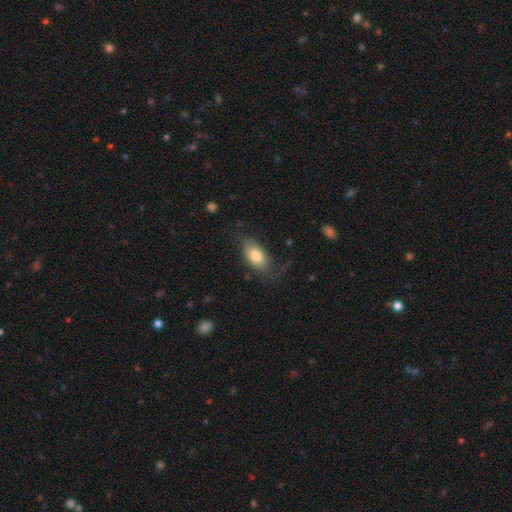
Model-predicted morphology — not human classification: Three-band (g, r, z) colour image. It shows a smooth galaxy with no disk features (76%) that is in between round and cigar-shaped (89%). Merging: none (66%).